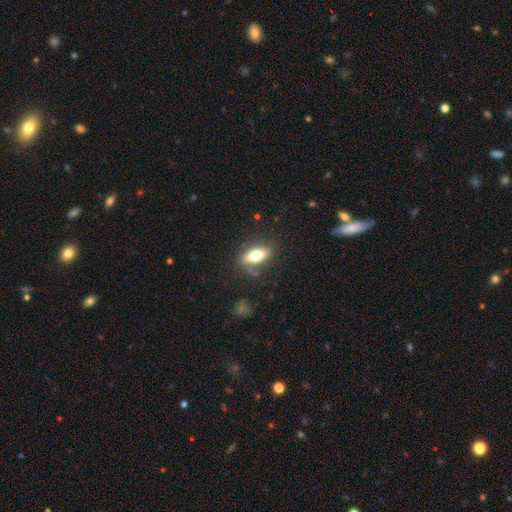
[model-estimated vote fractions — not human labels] Smooth or featured? smooth (69%)
How rounded? in between (73%)
Merging? none (79%)